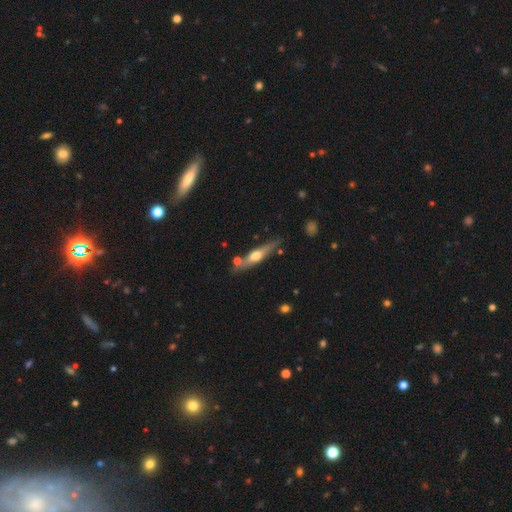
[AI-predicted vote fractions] A featured or disk galaxy (60%) viewed edge-on (93%) with a rounded central bulge (90%). Merging: none (75%).